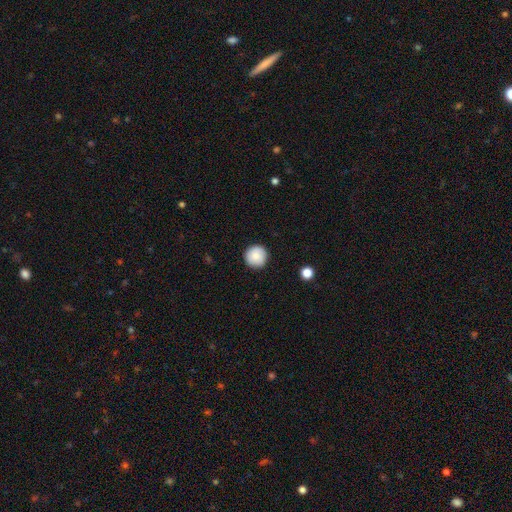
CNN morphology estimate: This appears to be a smooth galaxy with no disk features (85%) that is round (96%). Merging: none (91%).